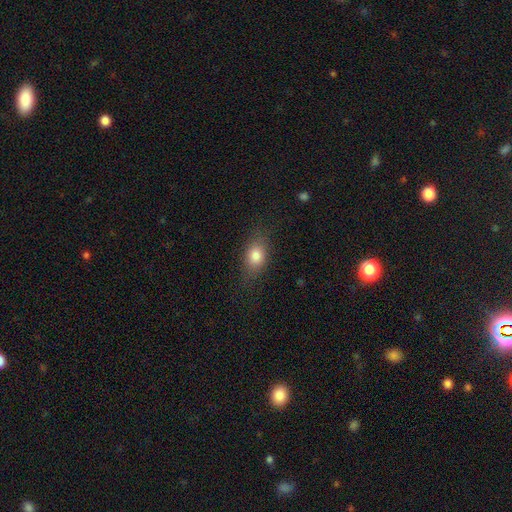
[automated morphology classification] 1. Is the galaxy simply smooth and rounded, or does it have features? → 80% smooth, 11% featured or disk, 10% star or artifact.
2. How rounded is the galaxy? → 74% in between, 22% round, 4% cigar-shaped.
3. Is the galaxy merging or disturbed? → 77% none, 16% minor disturbance, 6% major disturbance, 1% merger.